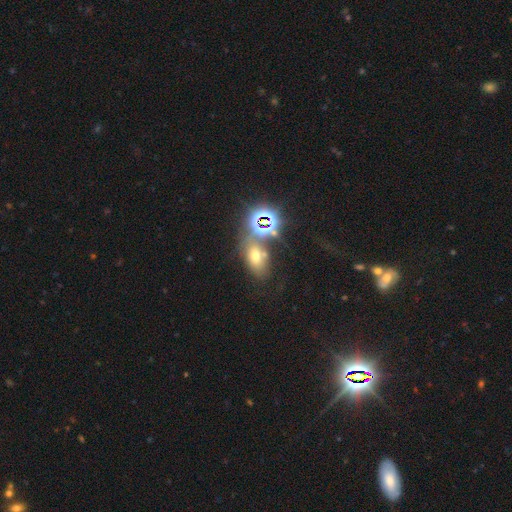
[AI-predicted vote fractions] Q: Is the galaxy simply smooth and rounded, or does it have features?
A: smooth — 45%.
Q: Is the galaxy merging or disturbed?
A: none — 54%.